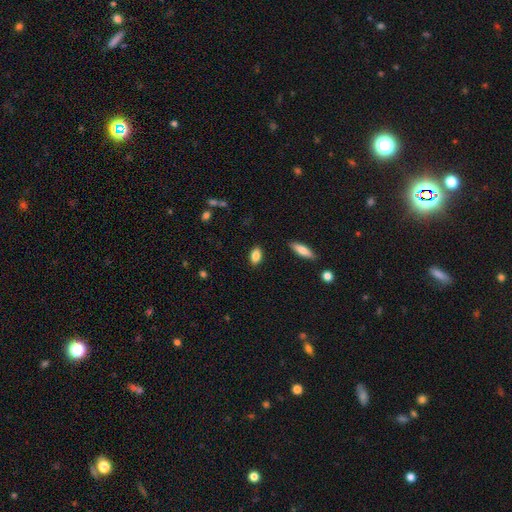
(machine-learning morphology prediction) smooth 86%, star or artifact 8%, featured or disk 7%. Down the decision tree: how rounded — in between (88%); merging — none (88%).